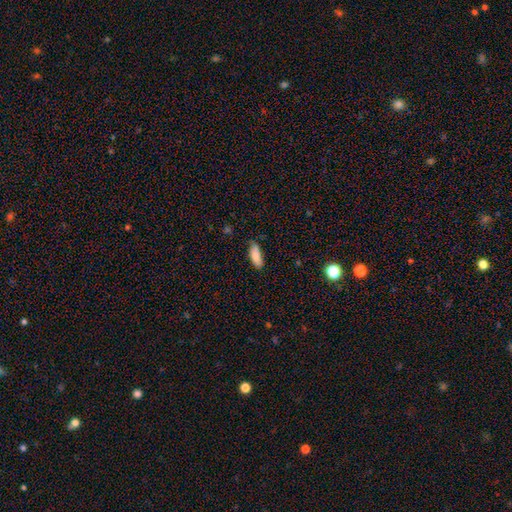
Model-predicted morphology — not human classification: type=smooth (86%); roundness=in between (70%); merging=none (77%).